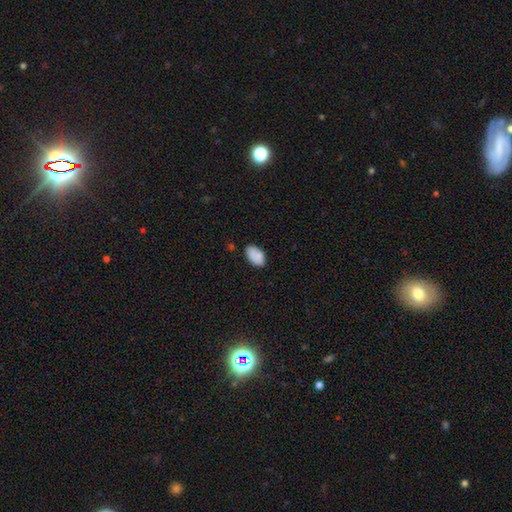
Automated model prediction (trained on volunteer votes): Smooth or featured? smooth (83%)
How rounded? in between (94%)
Merging? none (77%)